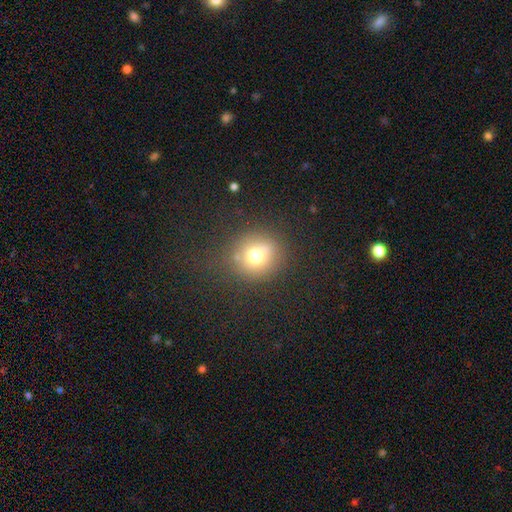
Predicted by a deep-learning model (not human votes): Smooth or featured?
  - smooth: 69% *
  - star or artifact: 16%
  - featured or disk: 15%
How rounded?
  - round: 85% *
  - in between: 13%
  - cigar-shaped: 1%
Merging?
  - none: 75% *
  - minor disturbance: 14%
  - major disturbance: 7%
  - merger: 4%